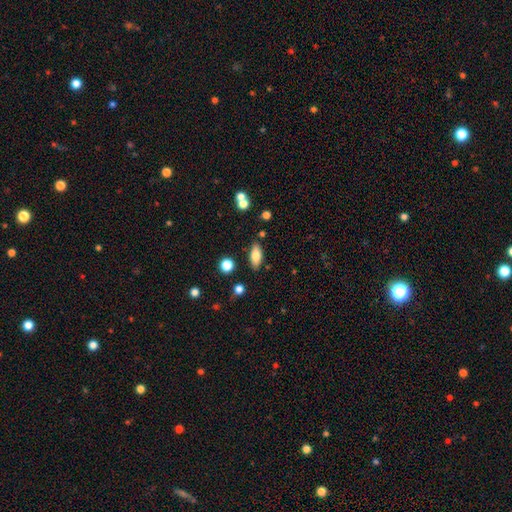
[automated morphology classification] Smooth or featured?
  - smooth: 78% *
  - featured or disk: 14%
  - star or artifact: 8%
How rounded?
  - in between: 82% *
  - cigar-shaped: 15%
  - round: 3%
Merging?
  - none: 82% *
  - minor disturbance: 11%
  - merger: 4%
  - major disturbance: 3%